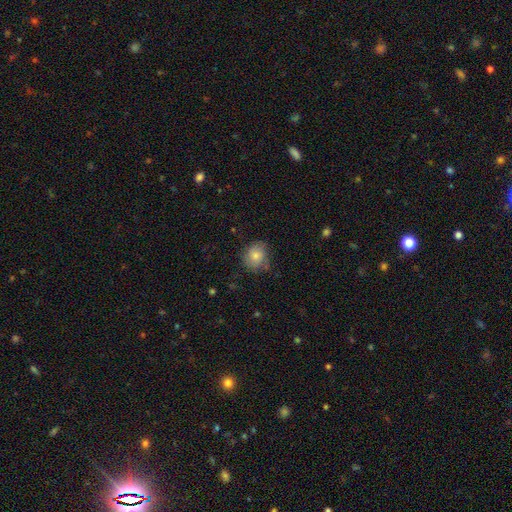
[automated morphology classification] Smooth or featured? smooth (75%)
How rounded? round (70%)
Merging? none (66%)